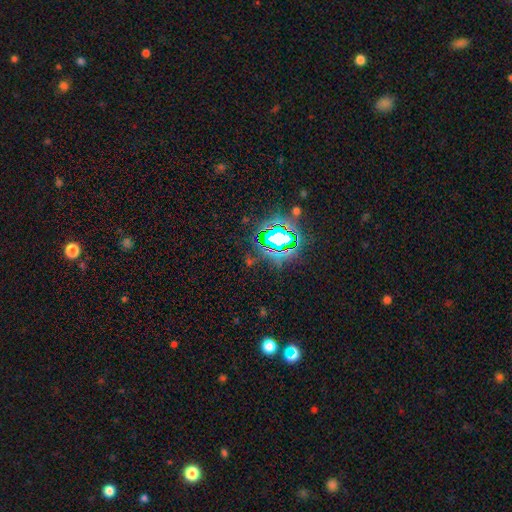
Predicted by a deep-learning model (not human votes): star or artifact 79%, smooth 13%, featured or disk 8%.